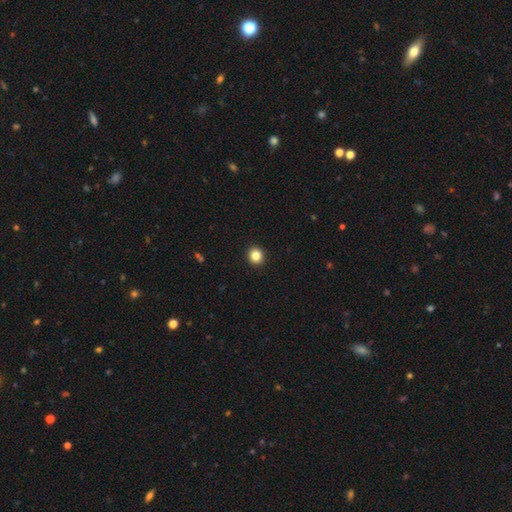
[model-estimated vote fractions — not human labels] This is clearly a smooth galaxy (84%). How rounded: clearly round (88%). Merging: clearly none (94%).